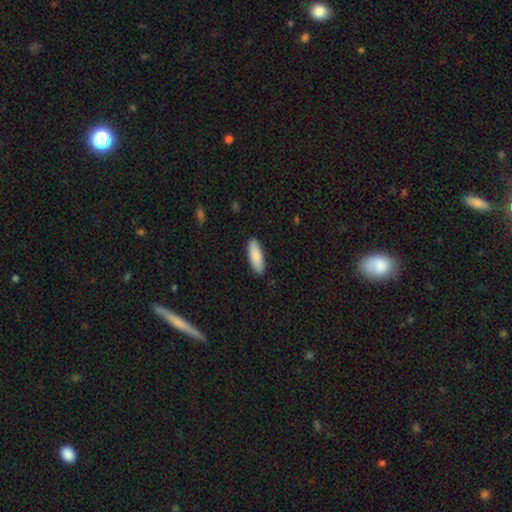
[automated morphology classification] smooth-or-featured: smooth: 87% | featured or disk: 7% | star or artifact: 5%
  how-rounded: in between: 64% | cigar-shaped: 35% | round: 2%
  merging: none: 89% | minor disturbance: 9% | major disturbance: 2% | merger: 1%